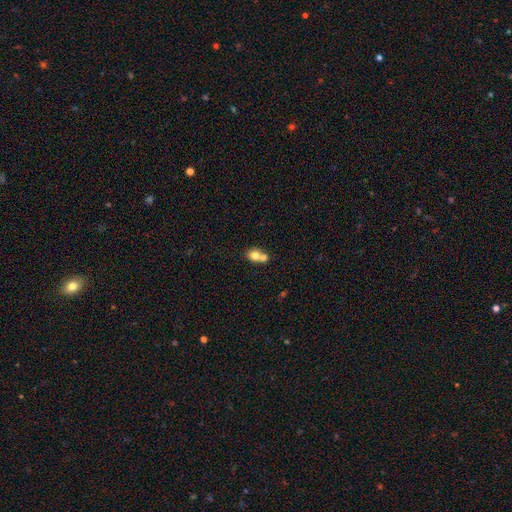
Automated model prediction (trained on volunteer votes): smooth 74%, featured or disk 16%, star or artifact 10%. Down the decision tree: how rounded — round (60%); merging — merger (62%).